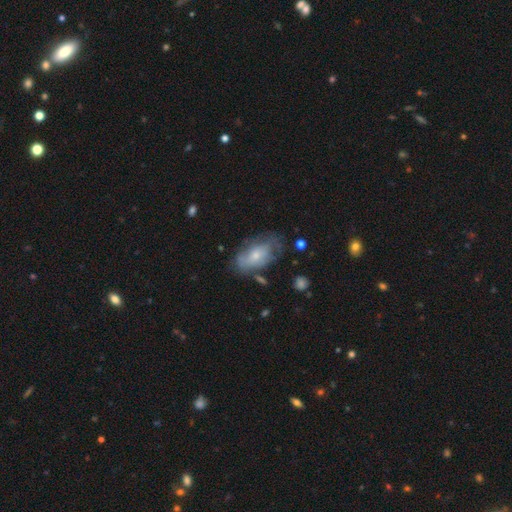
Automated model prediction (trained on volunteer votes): A smooth galaxy with no disk features (51%) that is in between round and cigar-shaped (90%). Merging: none (51%).